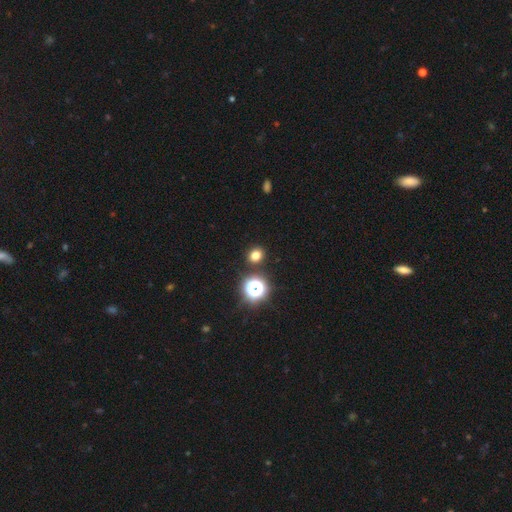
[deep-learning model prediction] The model was most divided on "how rounded": round: 75%, in between: 24%, cigar-shaped: 1%. More confident: merging — none (88%); smooth or featured — smooth (73%).